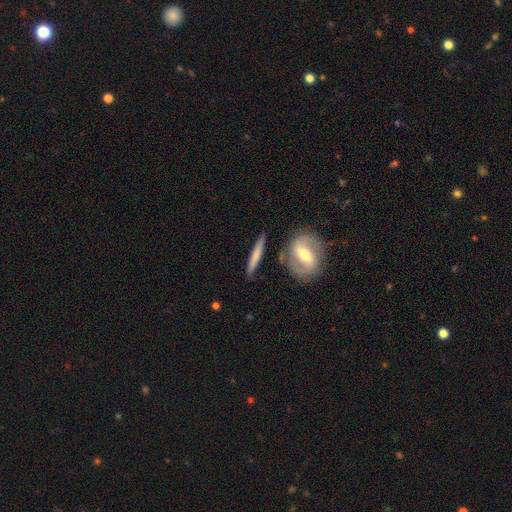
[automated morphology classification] smooth_or_featured: smooth (p=0.52) [alt: featured or disk p=0.43]
how_rounded: cigar-shaped (p=0.88) [alt: in between p=0.08]
merging: none (p=0.81) [alt: minor disturbance p=0.11]